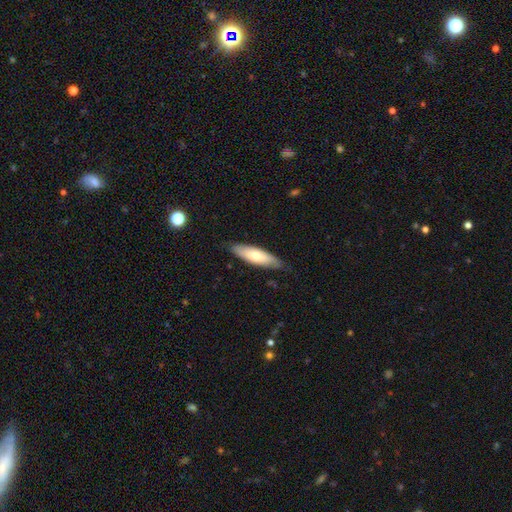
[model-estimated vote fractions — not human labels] Smooth or featured? Predicted: smooth (p=0.66). How rounded? Predicted: cigar-shaped (p=0.51). Merging? Predicted: none (p=0.83).